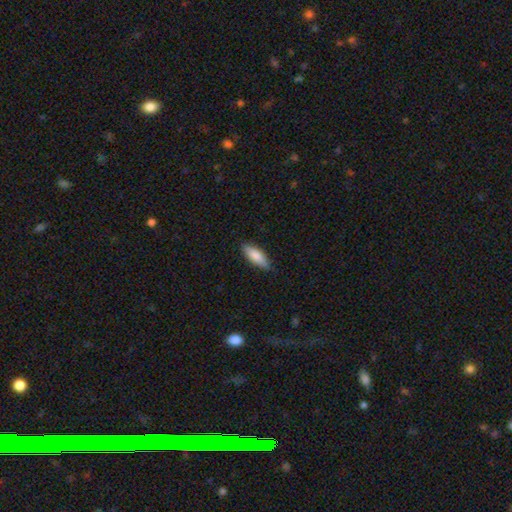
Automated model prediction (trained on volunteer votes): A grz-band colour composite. It shows a smooth galaxy with no disk features (82%) that is in between round and cigar-shaped (59%). Merging: none (84%).